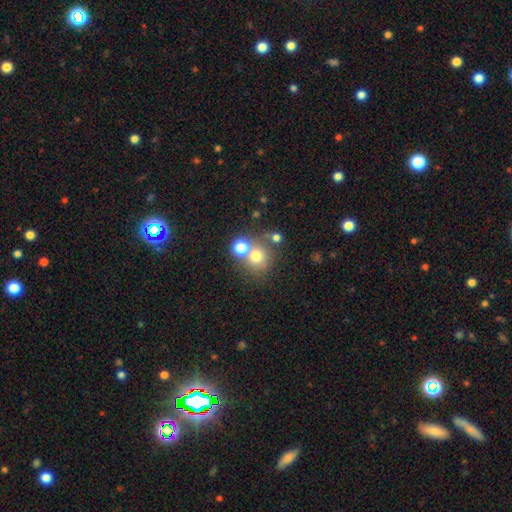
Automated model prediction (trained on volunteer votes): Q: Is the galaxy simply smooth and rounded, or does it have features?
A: smooth — 70%.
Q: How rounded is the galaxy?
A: round — 84%.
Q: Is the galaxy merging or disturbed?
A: none — 51%.